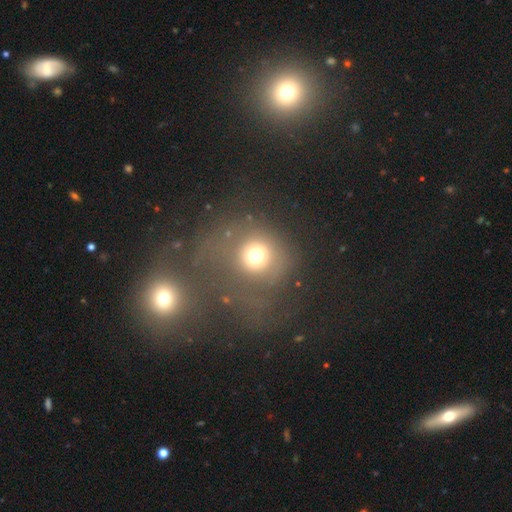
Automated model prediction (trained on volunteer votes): smooth 66%, star or artifact 19%, featured or disk 15%. Down the decision tree: how rounded — round (89%); merging — none (55%).